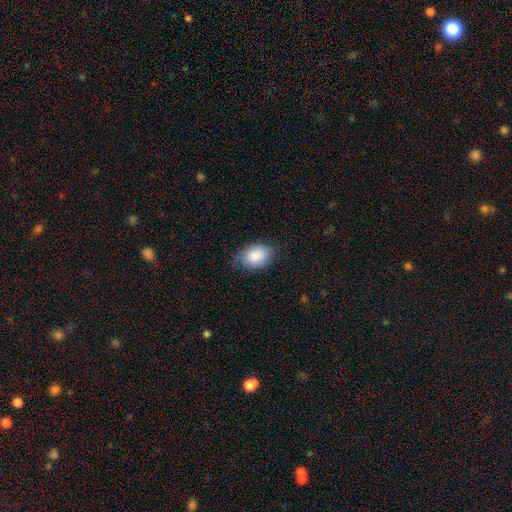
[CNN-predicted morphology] A smooth galaxy with no disk features (86%) that is in between round and cigar-shaped (80%).

Vote fractions:
- Smooth or featured? smooth: 86% / featured or disk: 8% / star or artifact: 6%
- How rounded? in between: 80% / round: 19% / cigar-shaped: 1%
- Merging? none: 70% / minor disturbance: 24% / major disturbance: 5% / merger: 1%